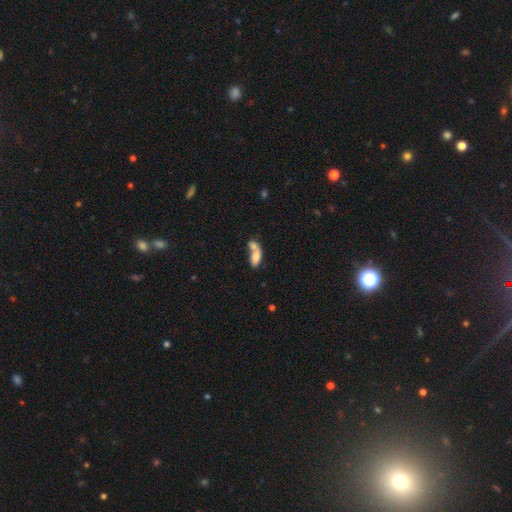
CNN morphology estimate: smooth_or_featured: smooth (p=0.73) [alt: featured or disk p=0.19]
how_rounded: in between (p=0.83) [alt: cigar-shaped p=0.12]
merging: merger (p=0.66) [alt: none p=0.19]